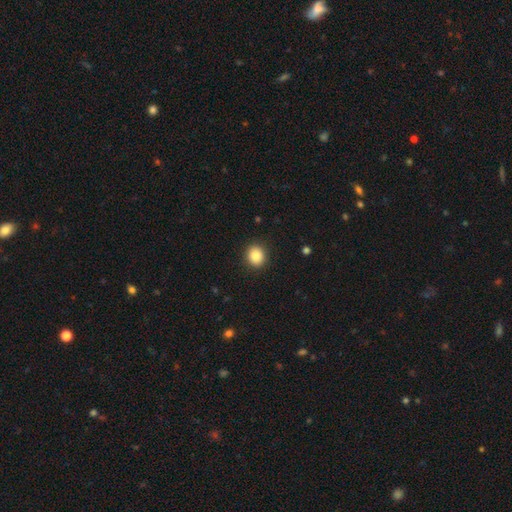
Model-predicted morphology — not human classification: This is clearly a smooth galaxy (85%). How rounded: likely round (76%). Merging: clearly none (90%).